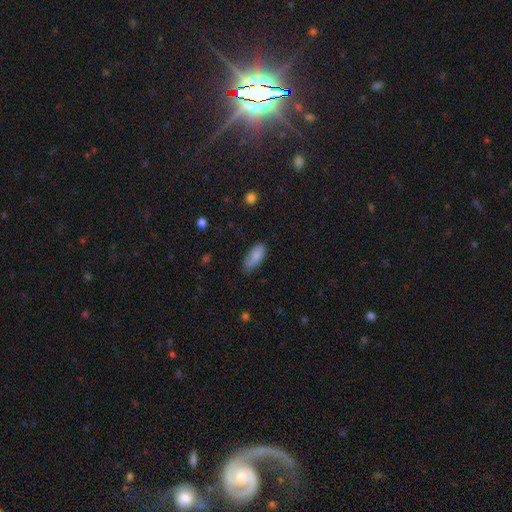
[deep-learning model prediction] This is clearly a smooth galaxy (84%). How rounded: clearly in between (83%). Merging: likely none (62%).